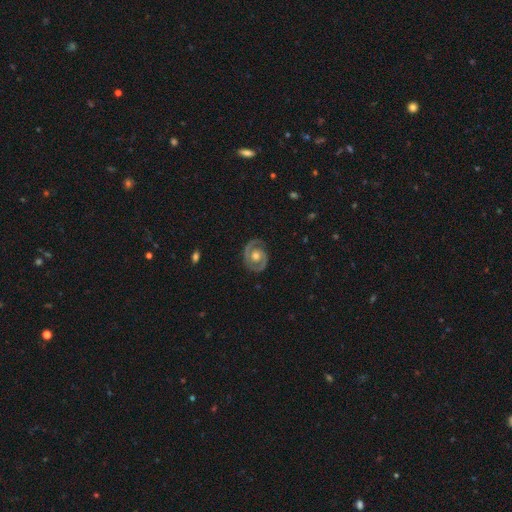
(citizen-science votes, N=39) featured or disk 87%, smooth 10%, star or artifact 3%. Down the decision tree: edge-on disk — no (97%); bar — no (76%); spiral arms — yes (100%); spiral arm count — 2 (67%); spiral winding — tight (58%); bulge size — moderate (67%); merging — none (95%).